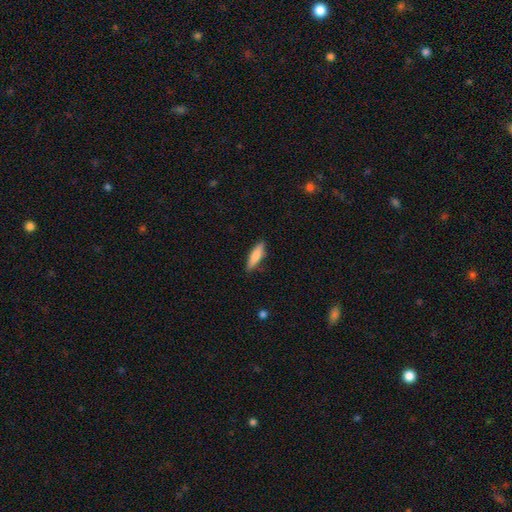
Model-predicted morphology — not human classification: Smooth or featured? smooth (76%)
How rounded? cigar-shaped (66%)
Merging? none (83%)